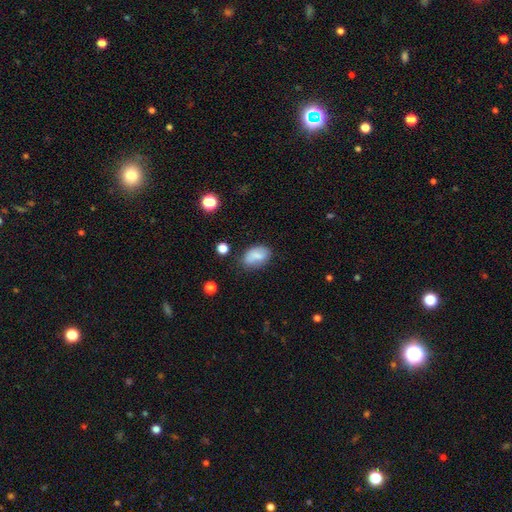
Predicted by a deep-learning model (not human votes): Overall: smooth (77%). How rounded: in between (87%). Merging: none (62%; minor disturbance 26%).